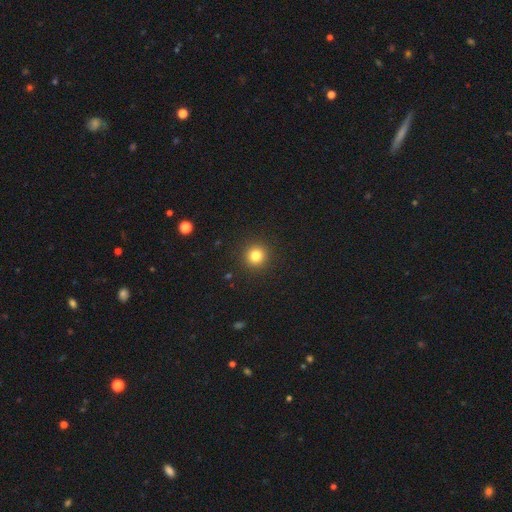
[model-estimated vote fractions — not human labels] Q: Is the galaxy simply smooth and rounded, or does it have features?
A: smooth — 81%.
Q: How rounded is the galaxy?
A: round — 94%.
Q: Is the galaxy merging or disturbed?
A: none — 92%.